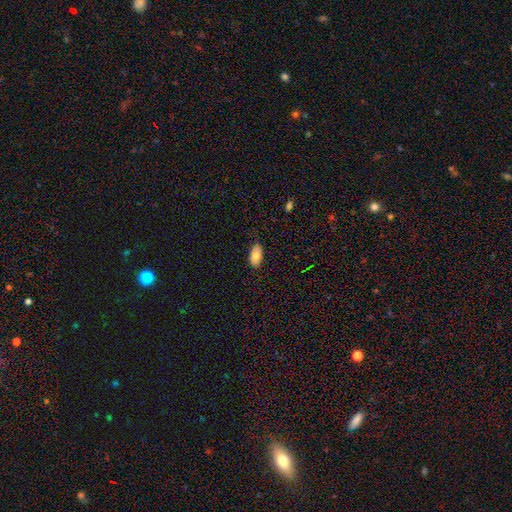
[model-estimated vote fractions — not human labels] Morphology: type=smooth (77%); roundness=in between (94%); merging=none (84%).